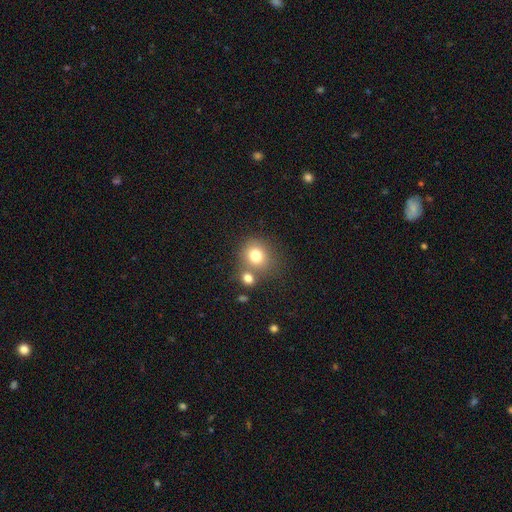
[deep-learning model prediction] Smooth or featured? Predicted: smooth (p=0.77). How rounded? Predicted: round (p=0.83). Merging? Predicted: none (p=0.59).